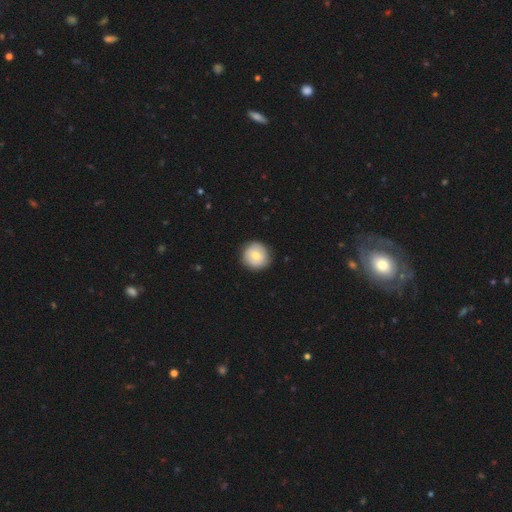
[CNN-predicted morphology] Smooth or featured? smooth (68%)
How rounded? round (94%)
Merging? none (88%)